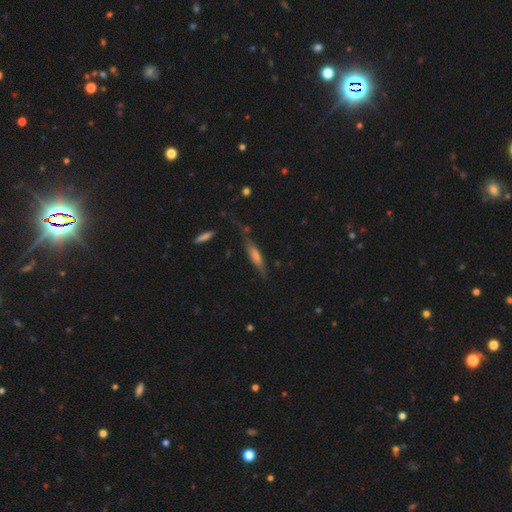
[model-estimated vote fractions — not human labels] A featured or disk galaxy (47%). Merging: none (67%).